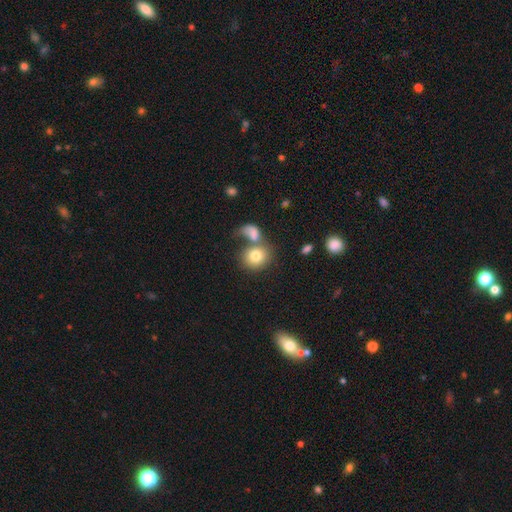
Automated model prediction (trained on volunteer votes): Smooth or featured? smooth (78%)
How rounded? round (71%)
Merging? merger (43%)